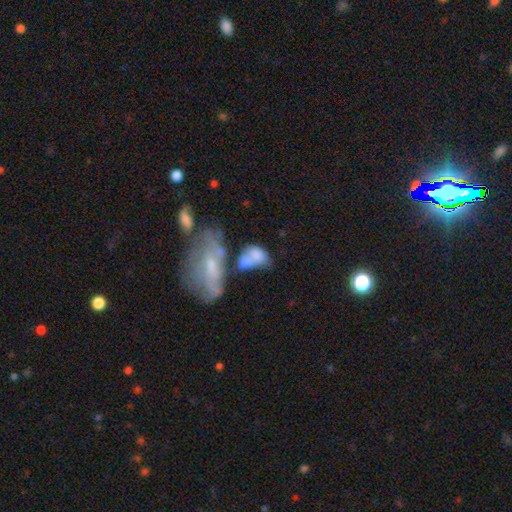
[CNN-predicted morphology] Smooth or featured?
  - smooth: 63% *
  - featured or disk: 28%
  - star or artifact: 9%
How rounded?
  - in between: 80% *
  - round: 18%
  - cigar-shaped: 3%
Merging?
  - merger: 50% *
  - none: 20%
  - major disturbance: 15%
  - minor disturbance: 14%